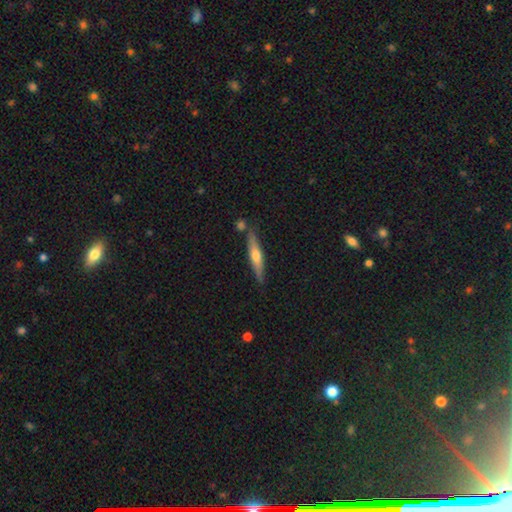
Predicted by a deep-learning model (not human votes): This is possibly a featured or disk galaxy (52%). It is clearly viewed edge-on (94%). Merging: likely none (78%).